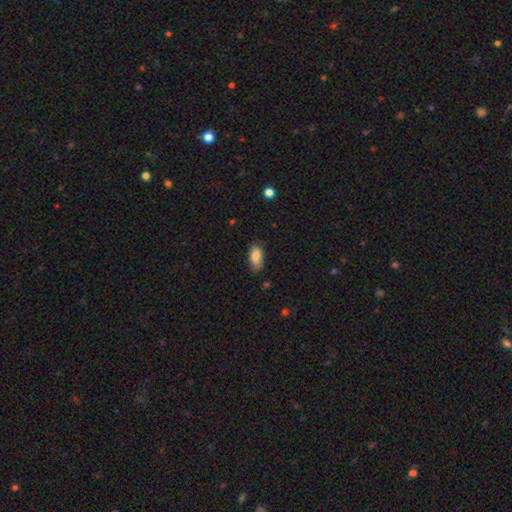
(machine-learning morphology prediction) smooth_or_featured: smooth (p=0.84) [alt: featured or disk p=0.09]
how_rounded: in between (p=0.90) [alt: cigar-shaped p=0.06]
merging: none (p=0.74) [alt: minor disturbance p=0.21]